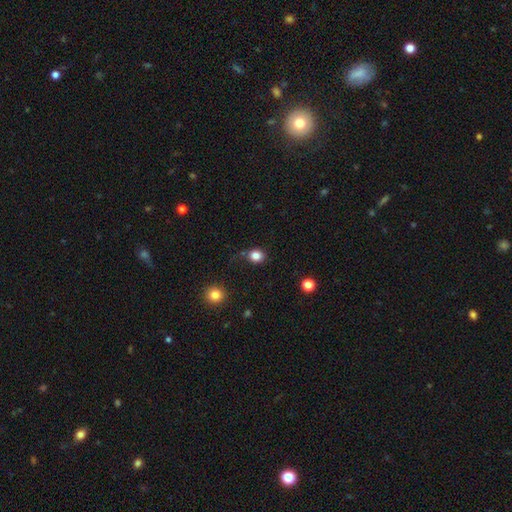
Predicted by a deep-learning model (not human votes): Smooth or featured? smooth (83%)
How rounded? round (75%)
Merging? none (76%)